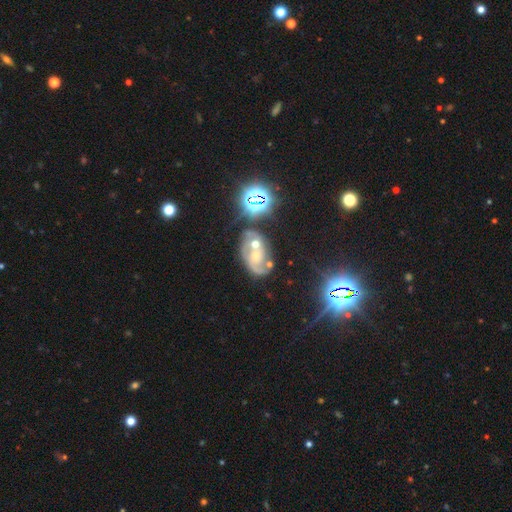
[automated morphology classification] Overall: featured or disk (61%). Edge-on disk: no (97%). Bar: no (70%). Spiral arms: yes (78%). Bulge size: moderate (53%; small 35%). Merging: merger (38%; none 32%).